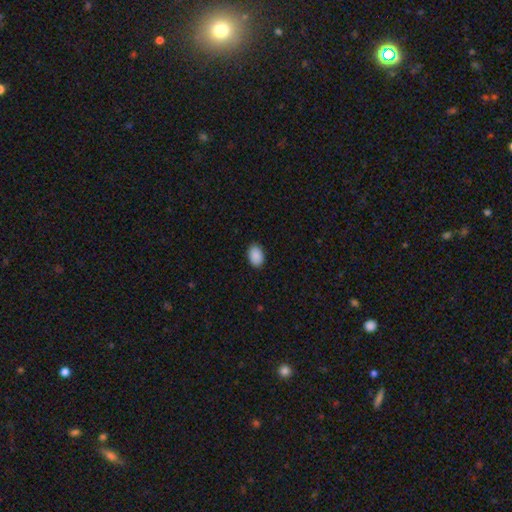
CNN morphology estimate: smooth_or_featured: smooth (p=0.91) [alt: star or artifact p=0.07]
how_rounded: in between (p=0.87) [alt: round p=0.12]
merging: none (p=0.90) [alt: minor disturbance p=0.08]